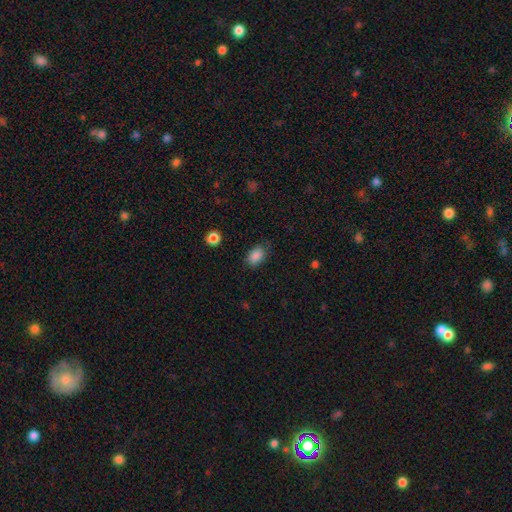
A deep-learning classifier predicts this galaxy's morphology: This is clearly a smooth galaxy (86%). How rounded: clearly in between (85%). Merging: likely none (76%).